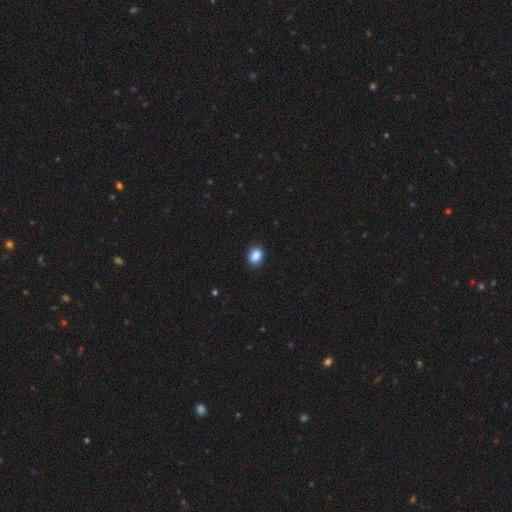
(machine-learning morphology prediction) type=smooth (89%); roundness=in between (73%); merging=none (89%).